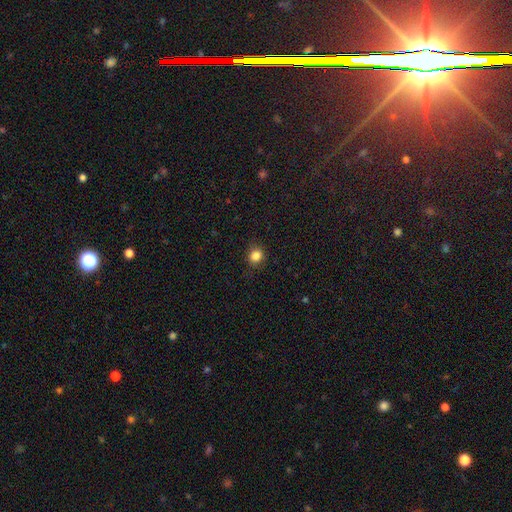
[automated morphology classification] This is clearly a smooth galaxy (84%). How rounded: clearly round (84%). Merging: clearly none (86%).